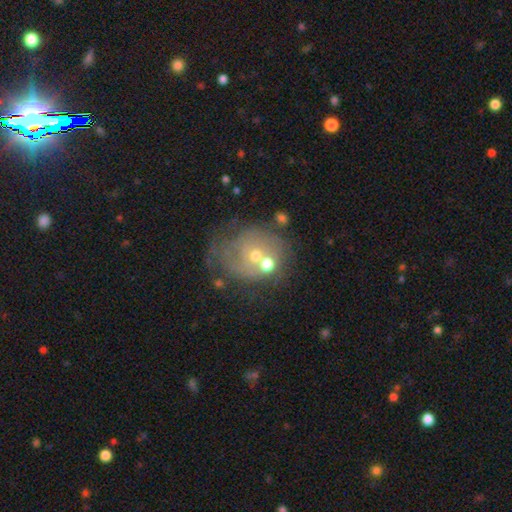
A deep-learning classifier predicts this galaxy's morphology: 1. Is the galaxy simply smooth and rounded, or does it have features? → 57% featured or disk, 28% smooth, 15% star or artifact.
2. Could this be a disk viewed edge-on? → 97% no, 3% yes.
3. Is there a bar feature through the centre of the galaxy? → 83% no, 14% weak, 3% strong.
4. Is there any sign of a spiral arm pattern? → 58% yes, 42% no.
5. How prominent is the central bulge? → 54% small, 37% moderate, 5% none, 2% large, 1% dominant.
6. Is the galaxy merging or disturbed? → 39% none, 21% merger, 20% minor disturbance, 20% major disturbance.